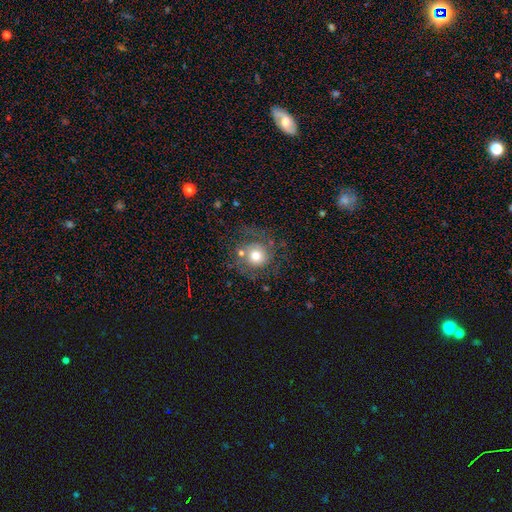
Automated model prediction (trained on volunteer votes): Q: Smooth or featured?
A: smooth (52%); runner-up: featured or disk (38%)
Q: How rounded?
A: round (90%); runner-up: in between (9%)
Q: Merging?
A: none (64%); runner-up: minor disturbance (18%)